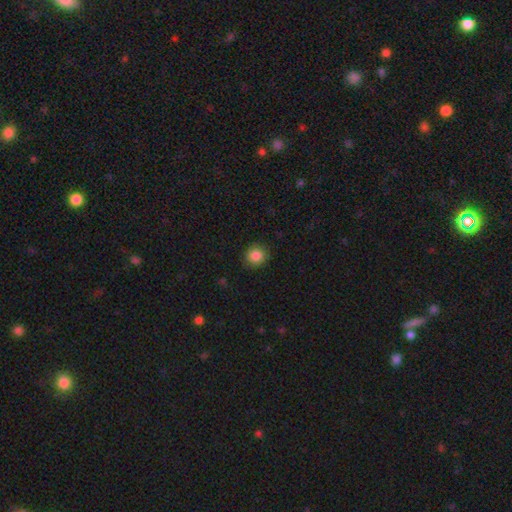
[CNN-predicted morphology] Smooth or featured? smooth (86%)
How rounded? round (86%)
Merging? none (89%)